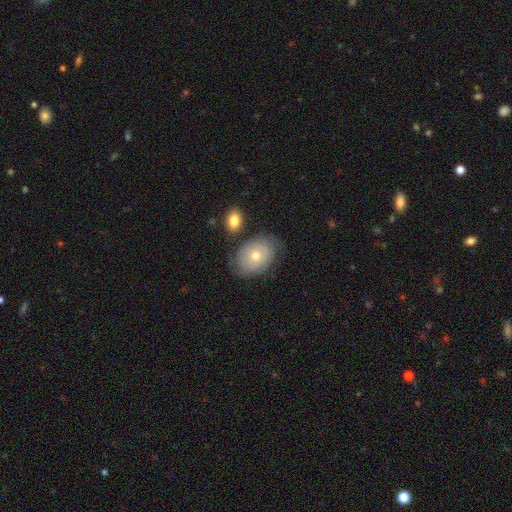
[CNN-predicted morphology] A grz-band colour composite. It shows a smooth galaxy with no disk features (50%). Merging: none (65%).